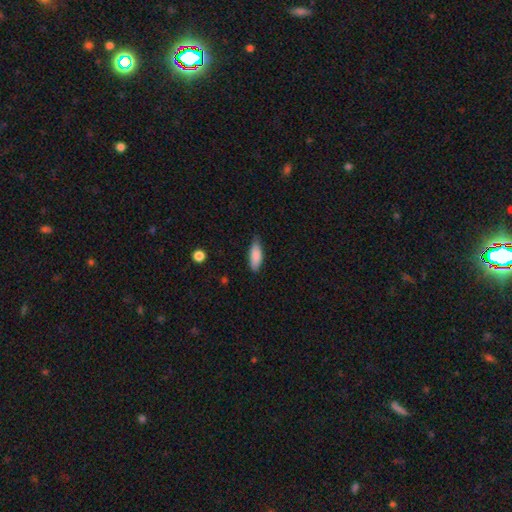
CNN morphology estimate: Overall: smooth (86%). How rounded: in between (65%; cigar-shaped 33%). Merging: none (72%).